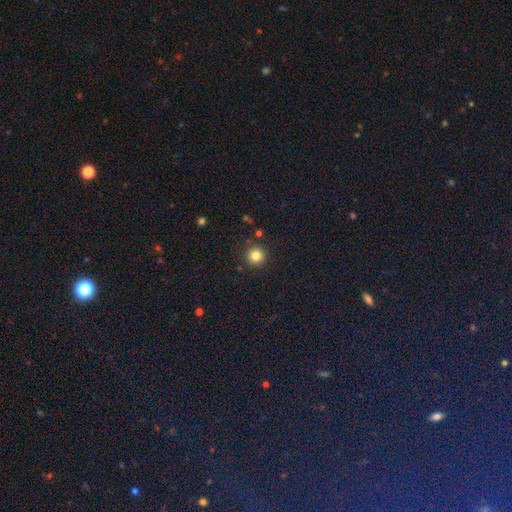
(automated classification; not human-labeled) Smooth or featured?
  - smooth: 83% *
  - star or artifact: 12%
  - featured or disk: 6%
How rounded?
  - round: 95% *
  - in between: 4%
  - cigar-shaped: 1%
Merging?
  - none: 91% *
  - minor disturbance: 5%
  - major disturbance: 2%
  - merger: 2%